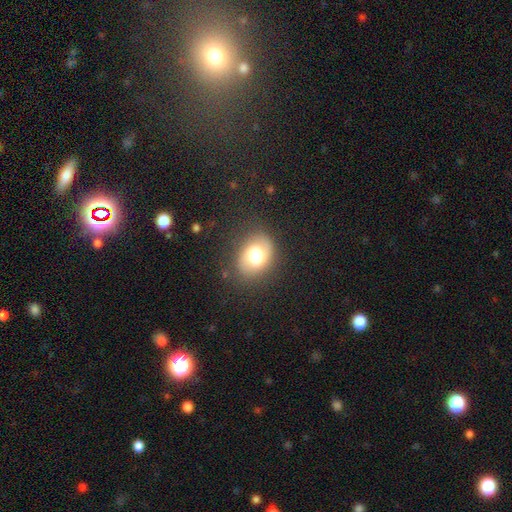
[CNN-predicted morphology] Q: Smooth or featured?
A: smooth (56%); runner-up: featured or disk (34%)
Q: How rounded?
A: in between (63%); runner-up: round (36%)
Q: Merging?
A: none (76%); runner-up: minor disturbance (16%)